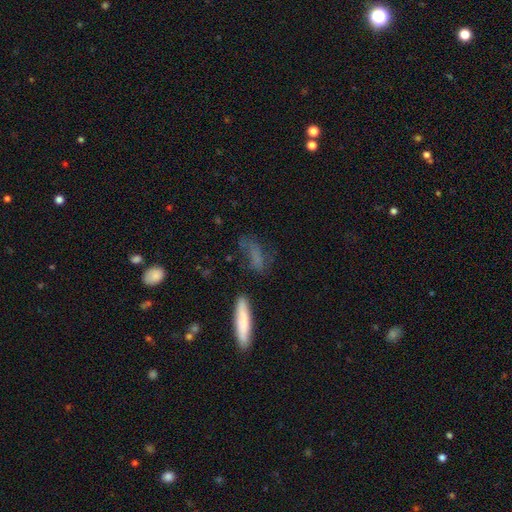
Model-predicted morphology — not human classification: This appears to be a smooth galaxy with no disk features (58%) that is in between round and cigar-shaped (46%, tied with cigar-shaped). Merging: none (54%).